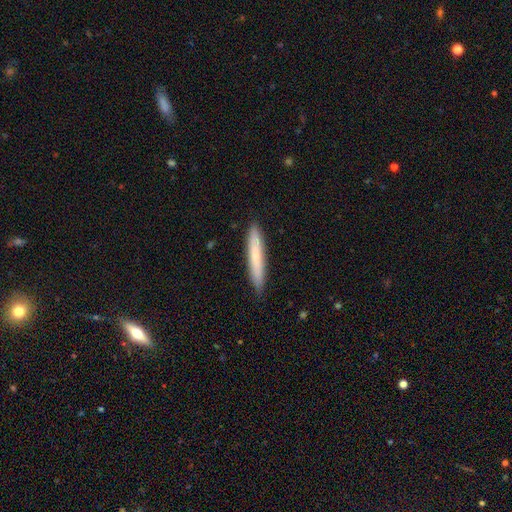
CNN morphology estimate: smooth_or_featured: smooth (p=0.70) [alt: featured or disk p=0.25]
how_rounded: cigar-shaped (p=0.94) [alt: in between p=0.05]
merging: none (p=0.89) [alt: minor disturbance p=0.09]